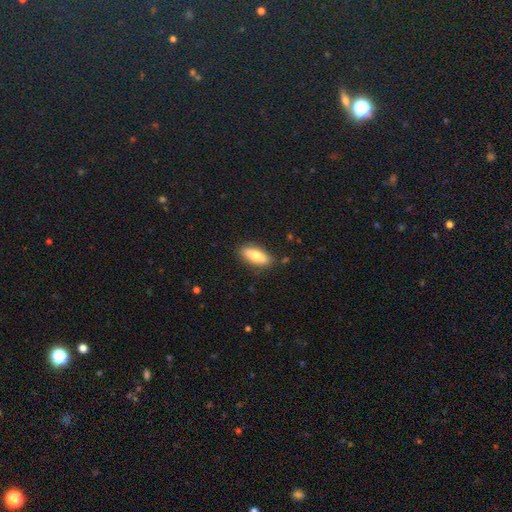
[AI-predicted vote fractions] Smooth or featured? smooth (75%)
How rounded? in between (70%)
Merging? none (85%)